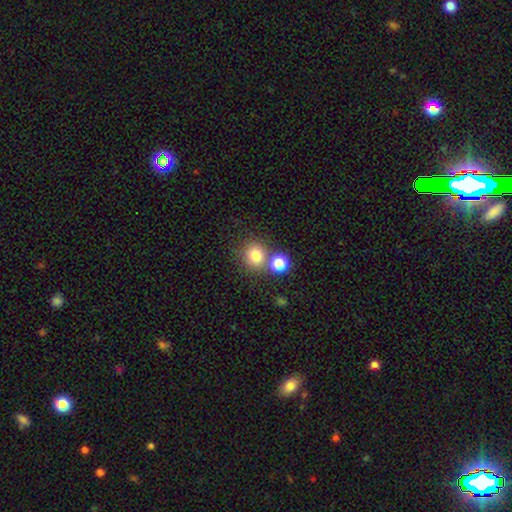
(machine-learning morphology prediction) smooth 78%, star or artifact 14%, featured or disk 8%. Down the decision tree: how rounded — round (88%); merging — none (66%).